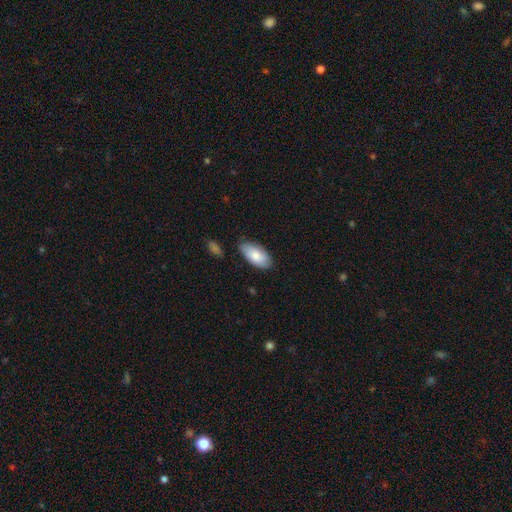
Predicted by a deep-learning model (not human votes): Q: Smooth or featured?
A: smooth (80%); runner-up: featured or disk (14%)
Q: How rounded?
A: in between (94%); runner-up: cigar-shaped (4%)
Q: Merging?
A: none (80%); runner-up: minor disturbance (15%)